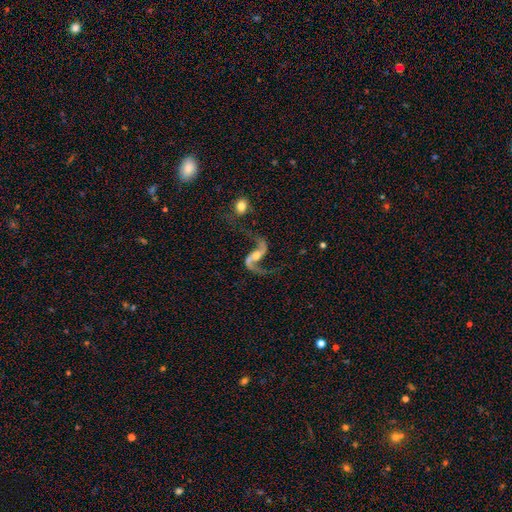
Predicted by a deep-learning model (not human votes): Smooth or featured? featured or disk (91%)
Edge-on disk? no (97%)
Bar? weak (37%)
Spiral arms? yes (97%)
Spiral winding? loose (84%)
Spiral arm count? 2 (93%)
Bulge size? moderate (51%)
Merging? none (61%)